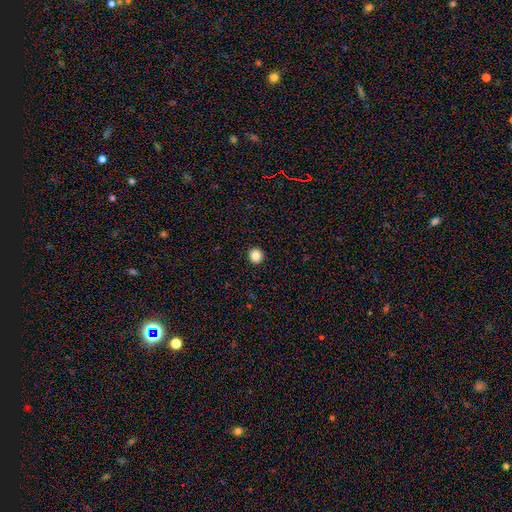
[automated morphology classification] Smooth or featured? Predicted: smooth (p=0.86). How rounded? Predicted: round (p=0.94). Merging? Predicted: none (p=0.94).